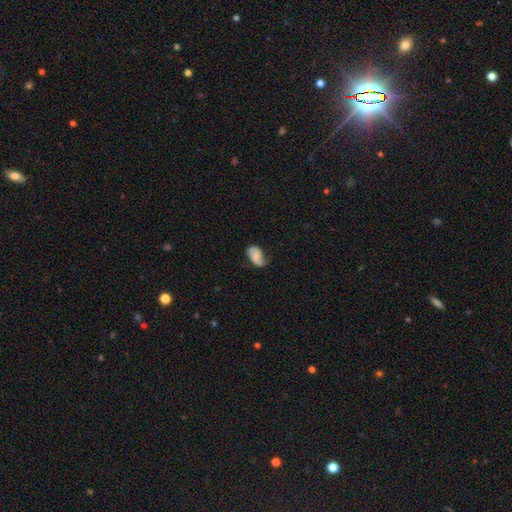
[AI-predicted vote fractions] Smooth or featured: featured or disk — 55% (smooth — 37%)
Edge-on disk: no — 97% (yes — 3%)
Bar: no — 55% (weak — 35%)
Spiral arms: yes — 88% (no — 12%)
Bulge size: small — 43% (moderate — 27%)
Merging: none — 49% (minor disturbance — 32%)